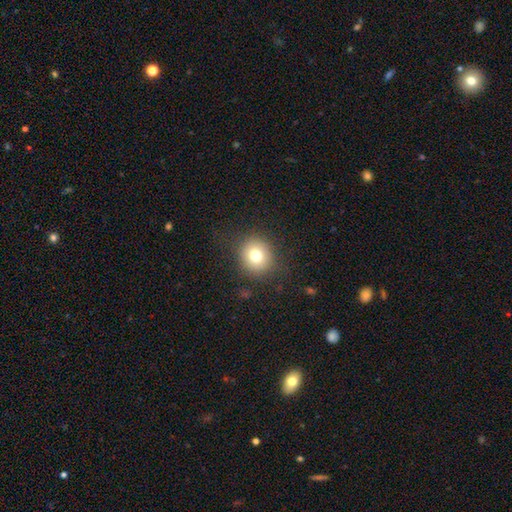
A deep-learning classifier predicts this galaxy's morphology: Smooth or featured: smooth — 75% (star or artifact — 13%)
How rounded: round — 88% (in between — 11%)
Merging: none — 87% (minor disturbance — 8%)